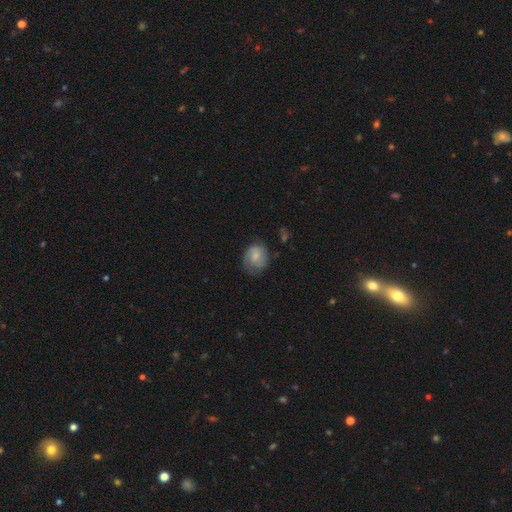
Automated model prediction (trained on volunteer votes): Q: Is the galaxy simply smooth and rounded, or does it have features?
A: smooth — 54%.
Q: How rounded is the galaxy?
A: round — 65%.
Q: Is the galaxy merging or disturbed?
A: none — 61%.